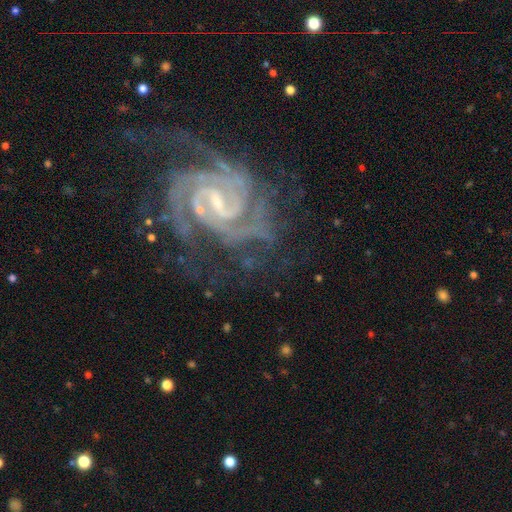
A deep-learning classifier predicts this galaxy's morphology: smooth_or_featured: featured or disk (p=0.89) [alt: star or artifact p=0.08]
disk_edge_on: no (p=0.98) [alt: yes p=0.02]
bar: weak (p=0.46) [alt: strong p=0.31]
has_spiral_arms: yes (p=0.98) [alt: no p=0.02]
spiral_winding: tight (p=0.64) [alt: medium p=0.31]
spiral_arm_count: 2 (p=0.27) [alt: 3 p=0.21]
bulge_size: small (p=0.68) [alt: moderate p=0.21]
merging: none (p=0.69) [alt: minor disturbance p=0.17]